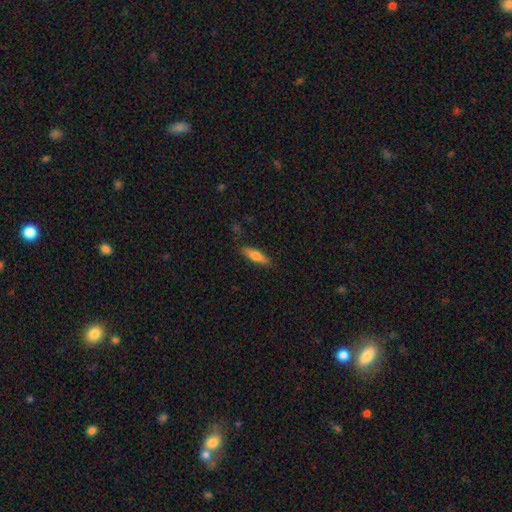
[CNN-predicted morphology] smooth-or-featured: smooth: 57% | featured or disk: 36% | star or artifact: 6%
  how-rounded: cigar-shaped: 69% | in between: 29% | round: 2%
  merging: none: 86% | minor disturbance: 10% | major disturbance: 2% | merger: 1%